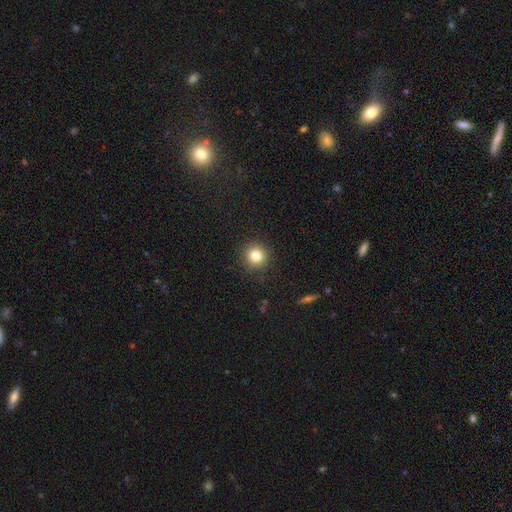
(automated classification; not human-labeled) A smooth galaxy with no disk features (82%) that is round (94%). Merging: none (90%).